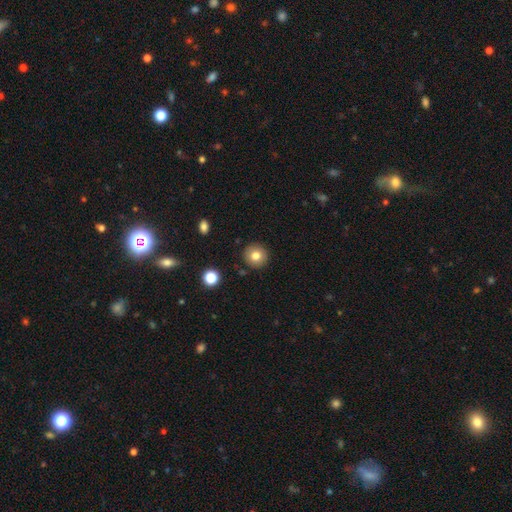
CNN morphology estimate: Smooth or featured? Predicted: smooth (p=0.79). How rounded? Predicted: round (p=0.93). Merging? Predicted: none (p=0.90).